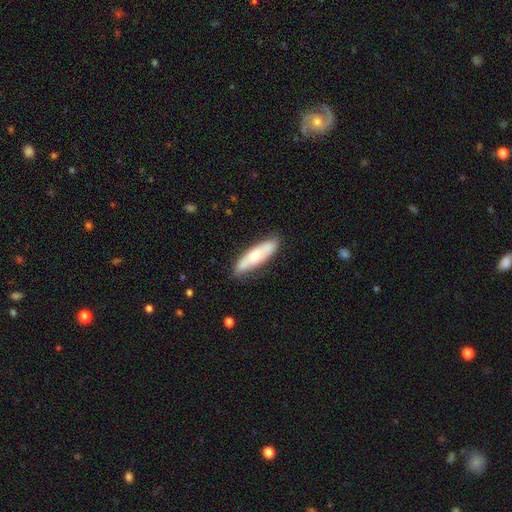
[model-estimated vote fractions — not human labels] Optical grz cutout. It shows a featured or disk galaxy (47%, tied with smooth). Merging: none (83%).